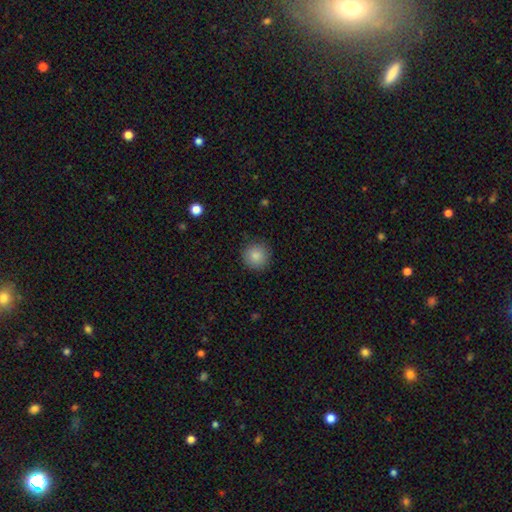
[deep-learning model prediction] A smooth galaxy with no disk features (87%) that is round (94%). Merging: none (89%).